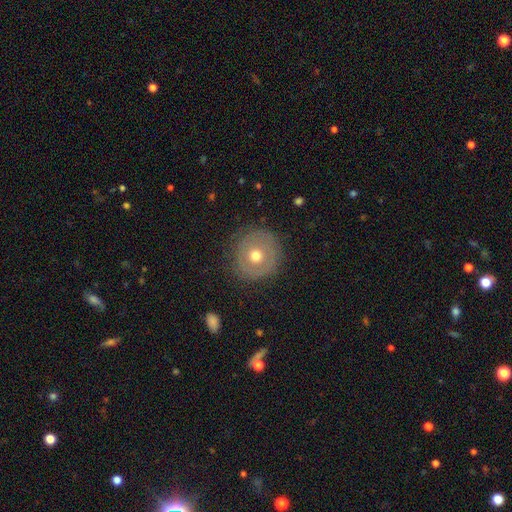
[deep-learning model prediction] smooth-or-featured: smooth: 53% | featured or disk: 37% | star or artifact: 10%
  how-rounded: round: 91% | in between: 8% | cigar-shaped: 1%
  merging: none: 81% | minor disturbance: 13% | major disturbance: 5% | merger: 1%